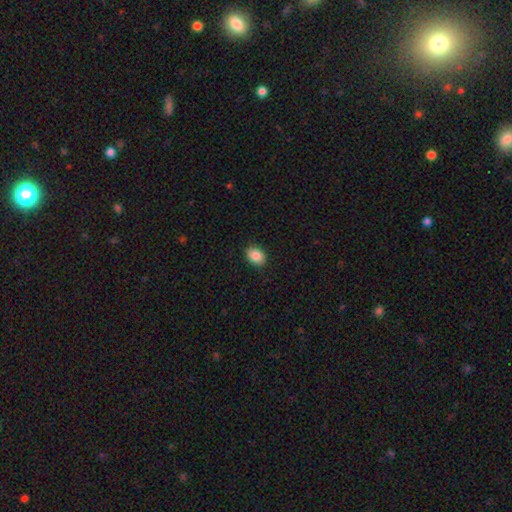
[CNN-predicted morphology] Smooth or featured: smooth — 87% (star or artifact — 8%)
How rounded: in between — 64% (round — 35%)
Merging: none — 89% (minor disturbance — 8%)